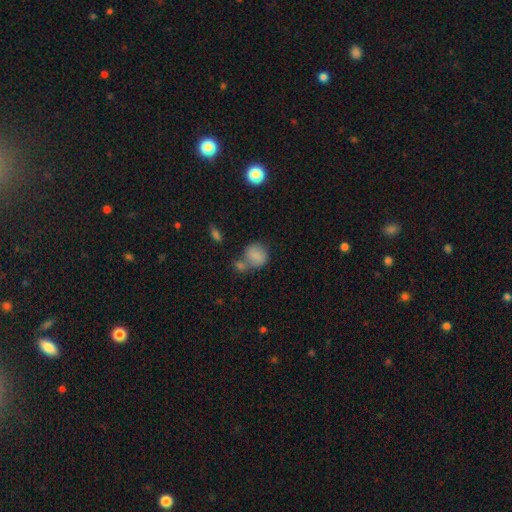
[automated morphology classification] smooth 81%, star or artifact 10%, featured or disk 10%. Down the decision tree: how rounded — round (71%); merging — none (43%).